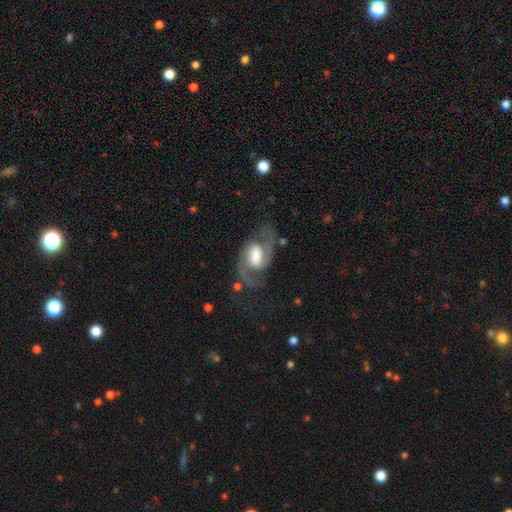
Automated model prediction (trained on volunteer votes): This is clearly a featured or disk galaxy (86%). It is clearly not viewed edge-on (97%). Bar: possibly weak (47%). Spiral arm pattern: clearly yes (96%). Spiral arm count: clearly 2 (93%). Spiral winding: possibly medium (55%). Central bulge: marginally large (44%). Merging: likely none (69%).